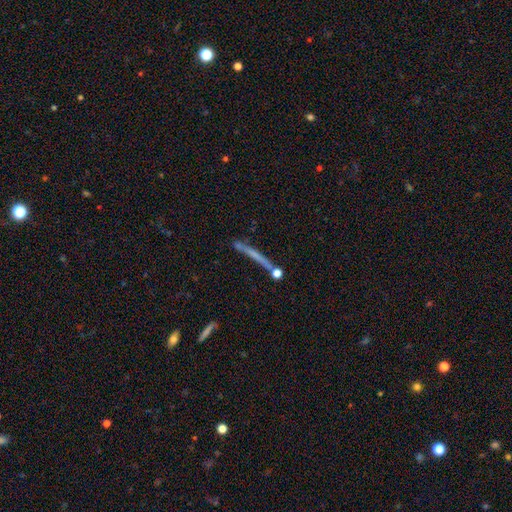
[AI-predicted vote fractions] smooth_or_featured: featured or disk (p=0.48) [alt: smooth p=0.41]
merging: none (p=0.74) [alt: minor disturbance p=0.13]